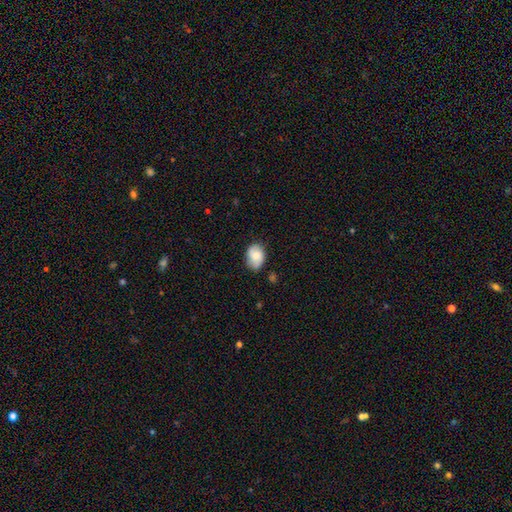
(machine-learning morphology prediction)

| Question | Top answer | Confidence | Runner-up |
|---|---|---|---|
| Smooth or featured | smooth | 69% | featured or disk (23%) |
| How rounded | in between | 73% | round (26%) |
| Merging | none | 70% | minor disturbance (24%) |